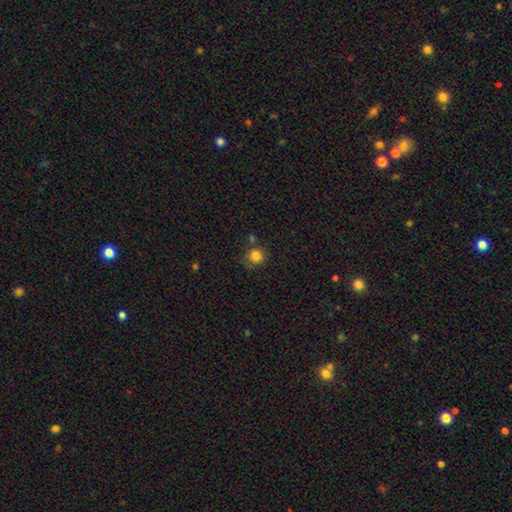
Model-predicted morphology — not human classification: Smooth or featured?
  - smooth: 83% *
  - star or artifact: 11%
  - featured or disk: 6%
How rounded?
  - round: 89% *
  - in between: 10%
  - cigar-shaped: 1%
Merging?
  - none: 67% *
  - minor disturbance: 17%
  - merger: 10%
  - major disturbance: 6%